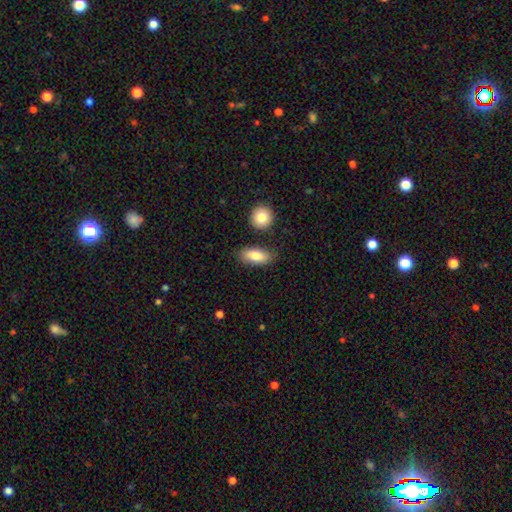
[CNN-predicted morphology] A smooth galaxy with no disk features (81%) that is in between round and cigar-shaped (85%). Merging: none (79%).